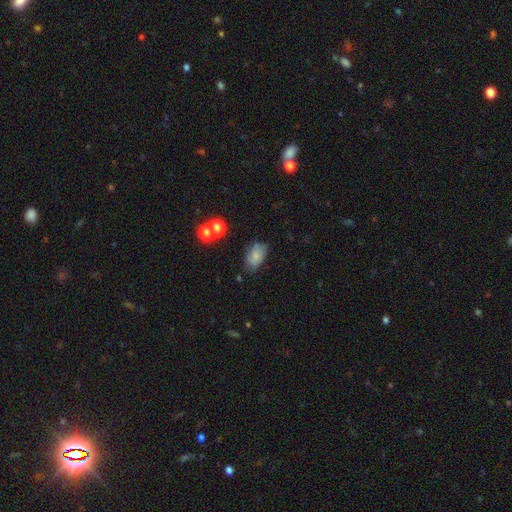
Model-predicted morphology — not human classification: Smooth or featured?
  - smooth: 74% *
  - featured or disk: 16%
  - star or artifact: 10%
How rounded?
  - in between: 90% *
  - round: 8%
  - cigar-shaped: 2%
Merging?
  - none: 68% *
  - minor disturbance: 22%
  - major disturbance: 6%
  - merger: 4%